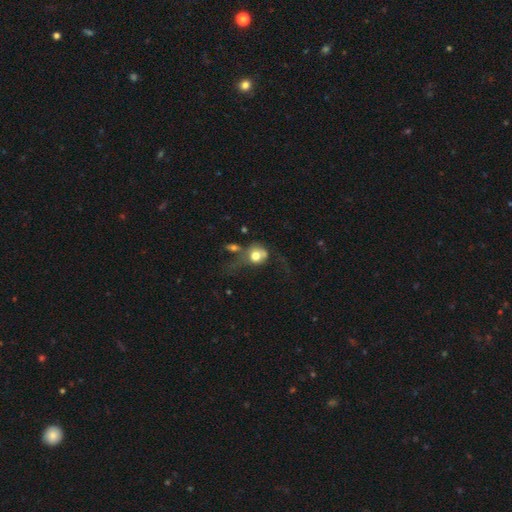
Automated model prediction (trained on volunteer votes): smooth_or_featured: smooth (p=0.65) [alt: featured or disk p=0.25]
how_rounded: round (p=0.73) [alt: in between p=0.26]
merging: major disturbance (p=0.37) [alt: merger p=0.27]